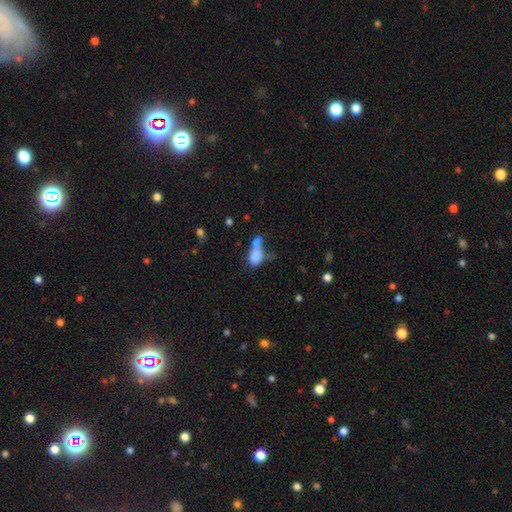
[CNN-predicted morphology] A smooth galaxy with no disk features (77%) that is in between round and cigar-shaped (75%). Merging: merger (54%).